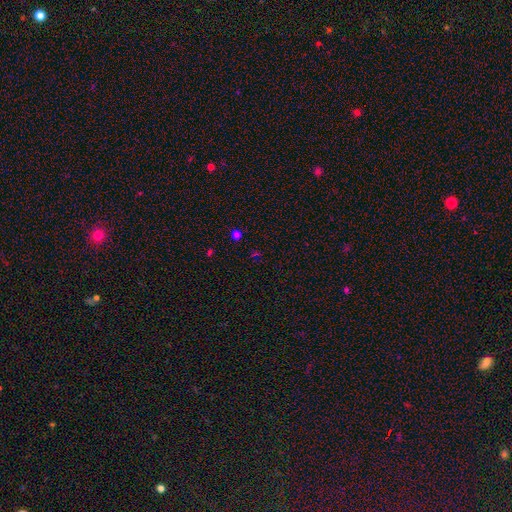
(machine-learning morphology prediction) star or artifact 53%, smooth 41%, featured or disk 6%.